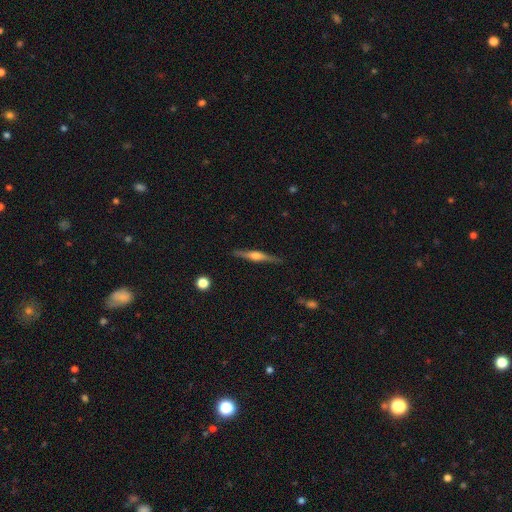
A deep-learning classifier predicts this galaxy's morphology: This appears to be a featured or disk galaxy (73%) viewed edge-on (98%) with a rounded central bulge (86%). Merging: none (88%).